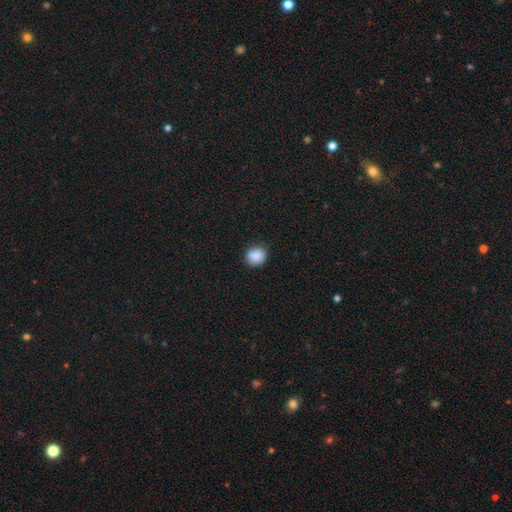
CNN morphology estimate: smooth 87%, star or artifact 9%, featured or disk 4%. Down the decision tree: how rounded — round (74%); merging — none (82%).